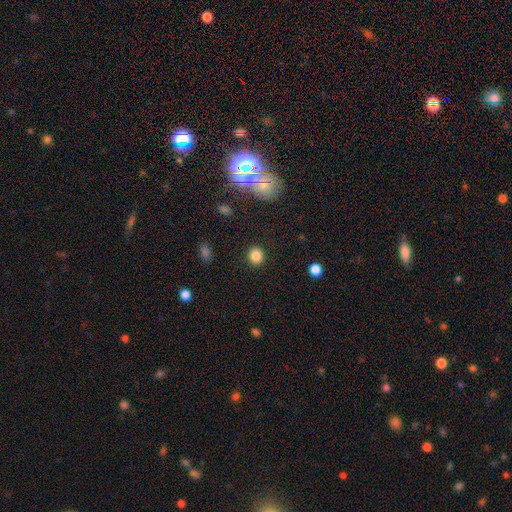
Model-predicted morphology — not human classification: smooth_or_featured: smooth (p=0.84) [alt: star or artifact p=0.12]
how_rounded: round (p=0.79) [alt: in between p=0.20]
merging: none (p=0.90) [alt: minor disturbance p=0.06]